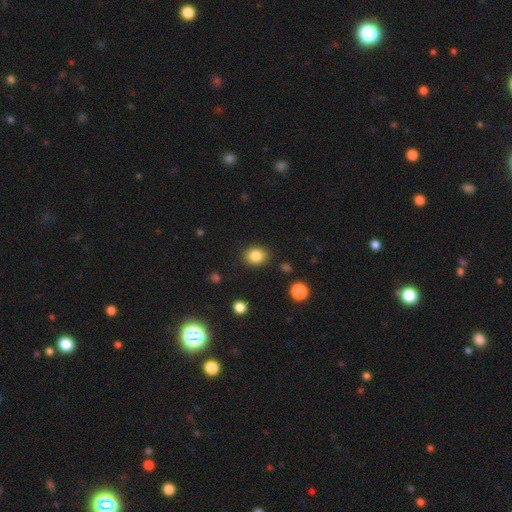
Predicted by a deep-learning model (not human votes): Q: Smooth or featured?
A: smooth (85%); runner-up: star or artifact (10%)
Q: How rounded?
A: round (55%); runner-up: in between (44%)
Q: Merging?
A: none (87%); runner-up: minor disturbance (9%)